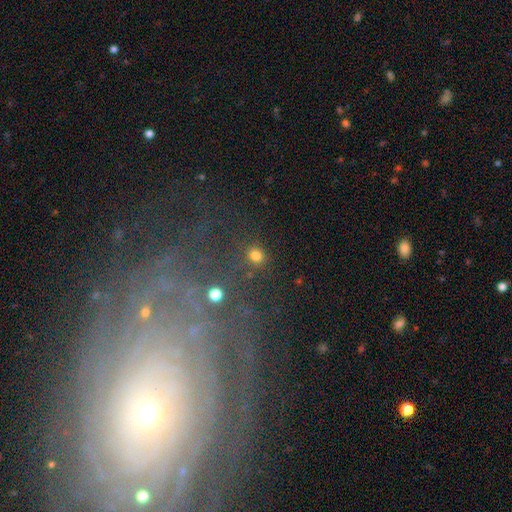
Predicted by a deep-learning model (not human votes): Smooth or featured: smooth — 76% (star or artifact — 18%)
How rounded: round — 82% (in between — 17%)
Merging: none — 79% (minor disturbance — 9%)